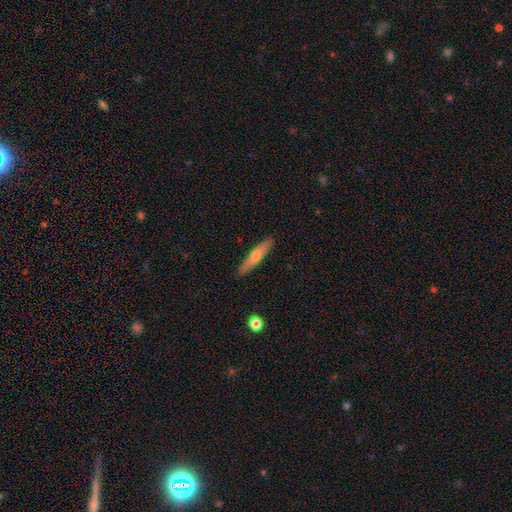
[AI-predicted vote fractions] smooth_or_featured: smooth (p=0.58) [alt: featured or disk p=0.36]
how_rounded: cigar-shaped (p=0.86) [alt: in between p=0.12]
merging: none (p=0.90) [alt: minor disturbance p=0.08]